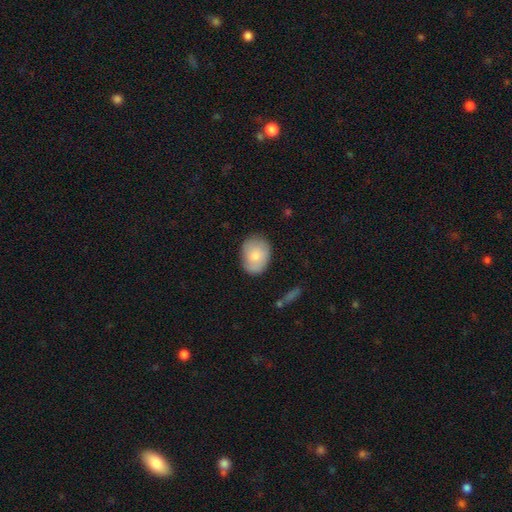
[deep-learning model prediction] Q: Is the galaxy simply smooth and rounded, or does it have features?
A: smooth — 75%.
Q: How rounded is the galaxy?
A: in between — 62%.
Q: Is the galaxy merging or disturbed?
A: none — 76%.